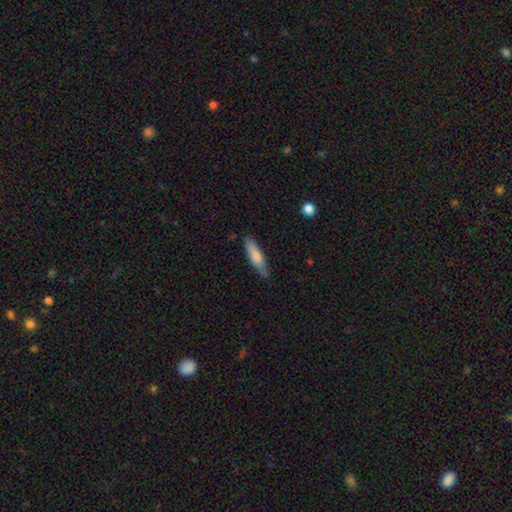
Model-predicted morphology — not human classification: Smooth or featured: smooth — 75% (featured or disk — 20%)
How rounded: cigar-shaped — 67% (in between — 32%)
Merging: none — 75% (minor disturbance — 20%)